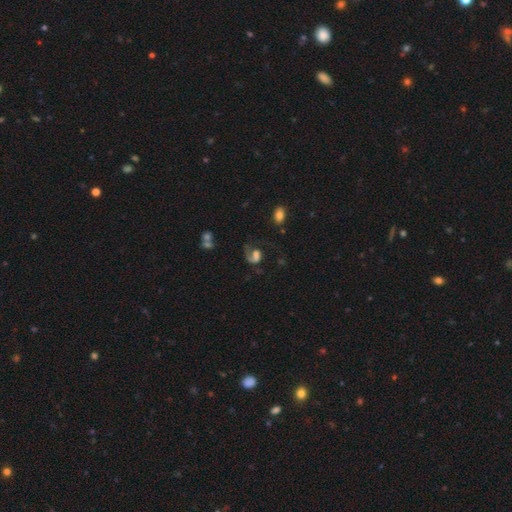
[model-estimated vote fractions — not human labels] Morphology: type=featured or disk (63%); edge-on=no (97%); bar=no (57%); spiral arms=yes (86%); winding=loose (50%); arm count=1 (68%); bulge=moderate (28%); merging=major disturbance (40%).